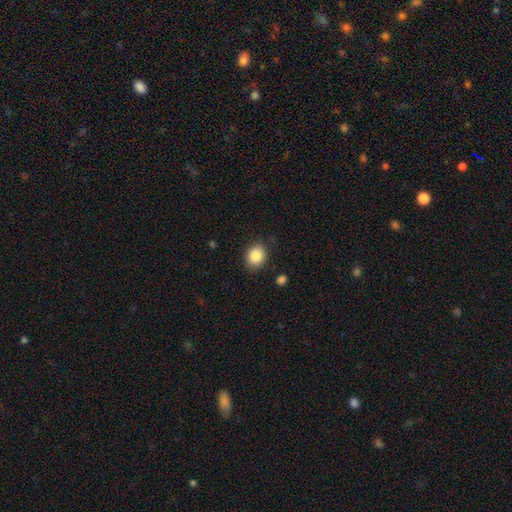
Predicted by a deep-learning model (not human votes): Smooth or featured? Predicted: smooth (p=0.87). How rounded? Predicted: round (p=0.54). Merging? Predicted: none (p=0.85).